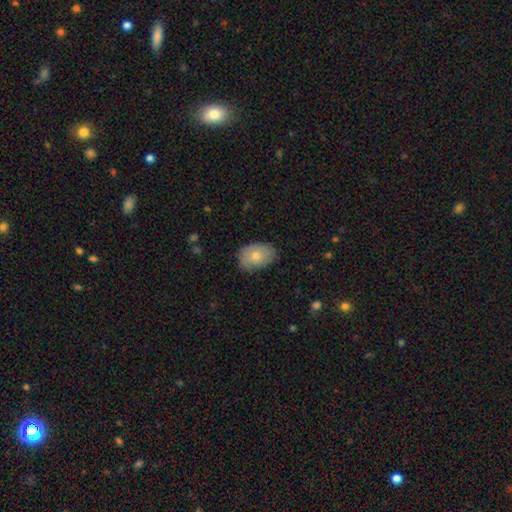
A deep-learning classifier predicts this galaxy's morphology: smooth_or_featured: smooth (p=0.70) [alt: featured or disk p=0.23]
how_rounded: in between (p=0.84) [alt: round p=0.14]
merging: none (p=0.74) [alt: minor disturbance p=0.21]